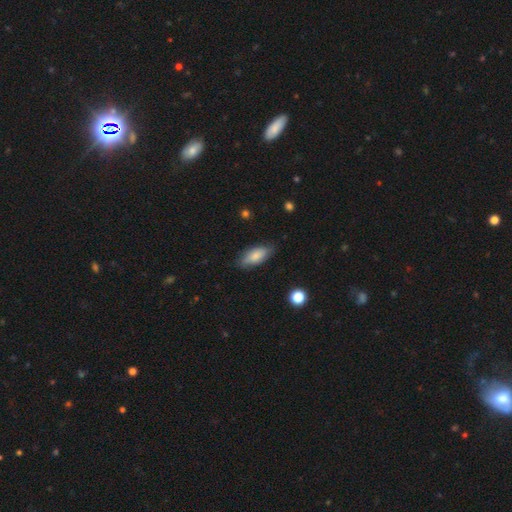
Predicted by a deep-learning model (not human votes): Morphology: type=smooth (80%); roundness=in between (82%); merging=none (80%).